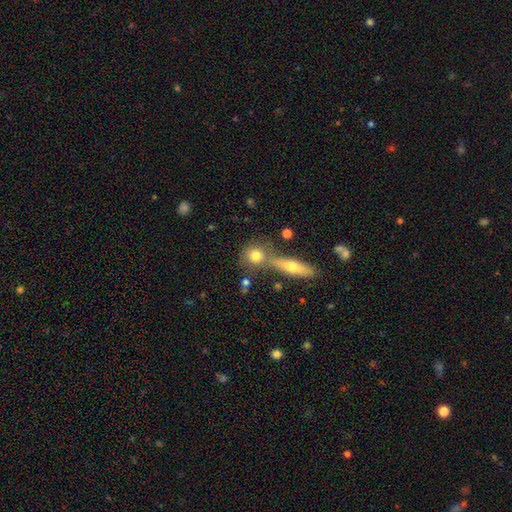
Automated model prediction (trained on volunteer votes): A smooth galaxy with no disk features (76%) that is round (76%).

Vote fractions:
- Smooth or featured? smooth: 76% / featured or disk: 15% / star or artifact: 10%
- How rounded? round: 76% / in between: 17% / cigar-shaped: 7%
- Merging? none: 57% / merger: 29% / minor disturbance: 10% / major disturbance: 4%